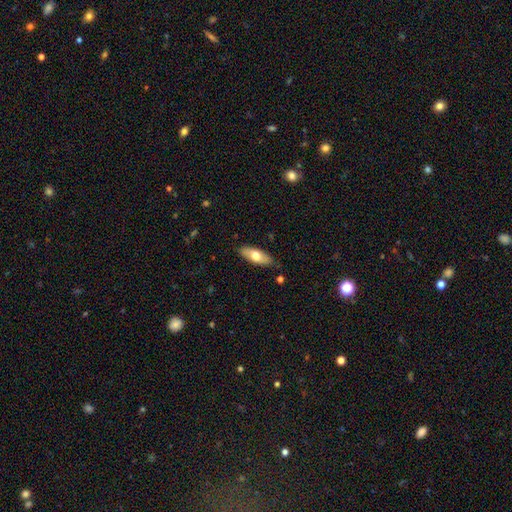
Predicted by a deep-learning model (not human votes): smooth 64%, featured or disk 30%, star or artifact 6%. Down the decision tree: how rounded — in between (76%); merging — none (83%).